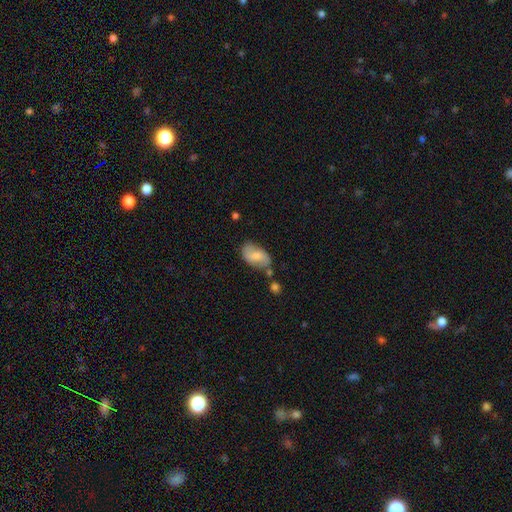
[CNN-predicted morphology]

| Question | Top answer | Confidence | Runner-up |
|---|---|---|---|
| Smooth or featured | smooth | 64% | featured or disk (29%) |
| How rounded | in between | 92% | round (6%) |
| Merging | none | 62% | minor disturbance (24%) |